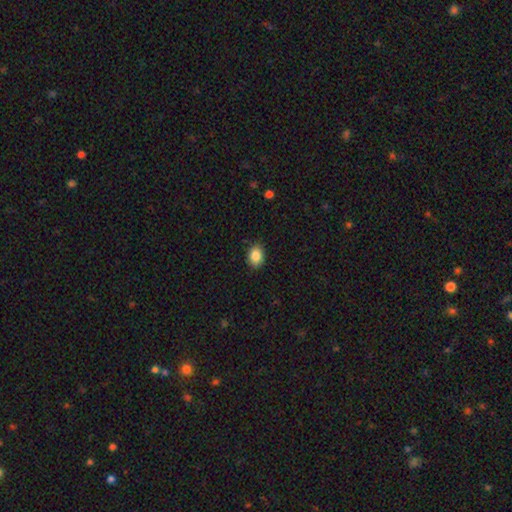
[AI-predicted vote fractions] smooth_or_featured: smooth (p=0.86) [alt: star or artifact p=0.08]
how_rounded: in between (p=0.70) [alt: round p=0.29]
merging: none (p=0.86) [alt: minor disturbance p=0.11]